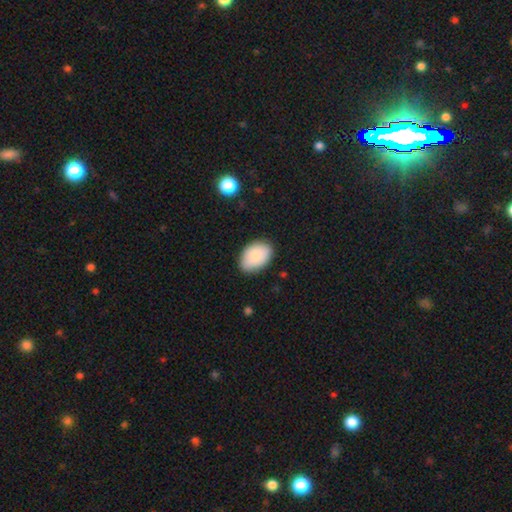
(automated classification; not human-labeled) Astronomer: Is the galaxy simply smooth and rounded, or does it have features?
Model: smooth — 86%.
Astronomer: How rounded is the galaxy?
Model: in between — 89%.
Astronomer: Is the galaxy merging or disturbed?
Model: none — 84%.